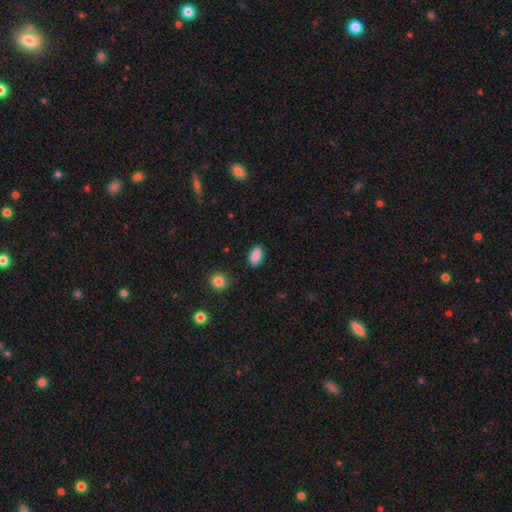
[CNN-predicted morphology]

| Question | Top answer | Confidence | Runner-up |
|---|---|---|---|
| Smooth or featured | smooth | 89% | star or artifact (8%) |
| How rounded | in between | 92% | round (5%) |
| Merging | none | 86% | minor disturbance (10%) |